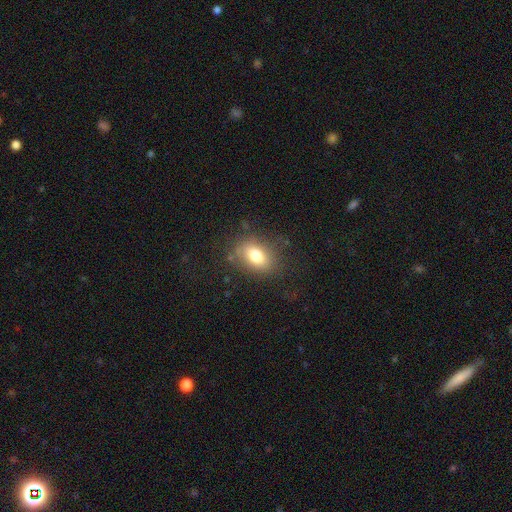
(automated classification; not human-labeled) Smooth or featured? Predicted: smooth (p=0.76). How rounded? Predicted: in between (p=0.81). Merging? Predicted: none (p=0.76).